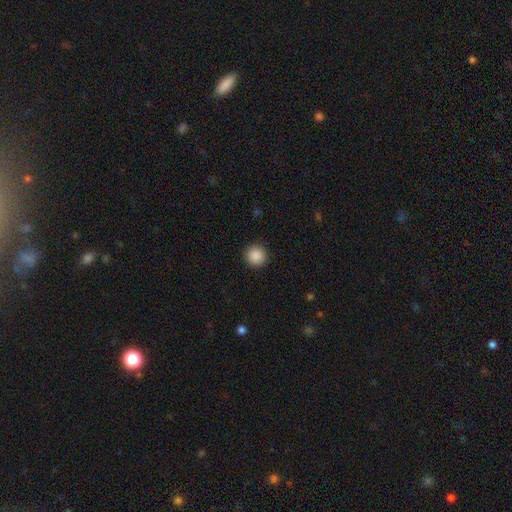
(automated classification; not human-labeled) Q: Smooth or featured?
A: smooth (88%); runner-up: star or artifact (9%)
Q: How rounded?
A: round (95%); runner-up: in between (4%)
Q: Merging?
A: none (92%); runner-up: minor disturbance (5%)